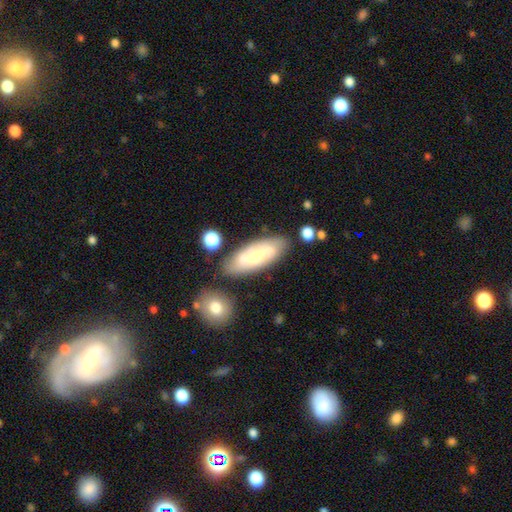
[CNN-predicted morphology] Smooth or featured?
  - featured or disk: 51% *
  - smooth: 42%
  - star or artifact: 7%
Edge-on disk?
  - no: 83% *
  - yes: 17%
Merging?
  - none: 76% *
  - minor disturbance: 14%
  - merger: 6%
  - major disturbance: 4%